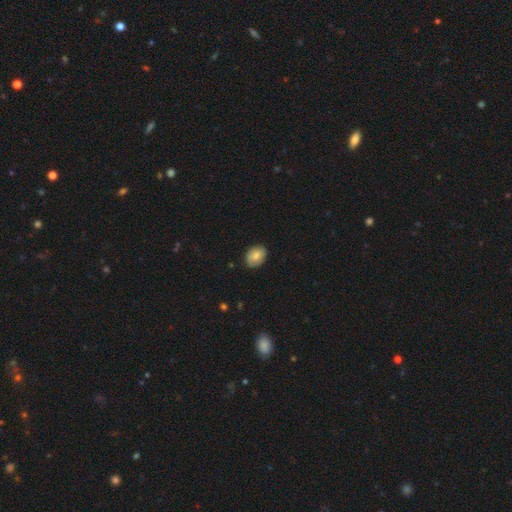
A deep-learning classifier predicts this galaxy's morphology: type=smooth (78%); roundness=in between (69%); merging=none (82%).